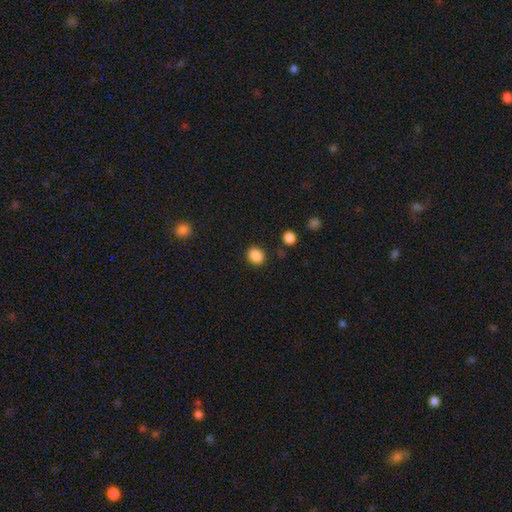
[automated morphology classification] Smooth or featured: smooth — 87% (star or artifact — 10%)
How rounded: round — 69% (in between — 30%)
Merging: none — 87% (minor disturbance — 8%)